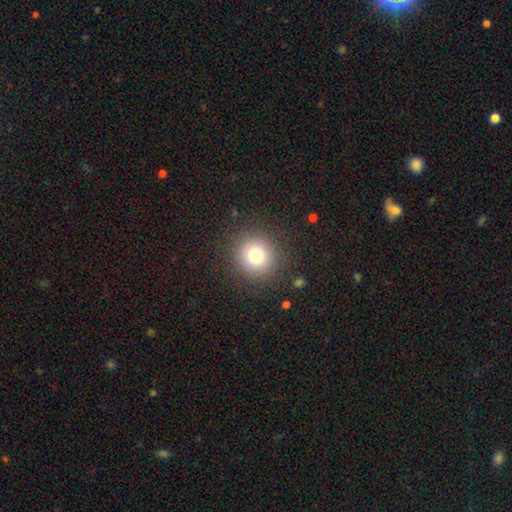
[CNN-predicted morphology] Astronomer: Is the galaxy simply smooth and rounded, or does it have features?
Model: smooth — 76%.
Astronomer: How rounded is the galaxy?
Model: round — 93%.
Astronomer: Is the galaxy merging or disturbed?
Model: none — 90%.